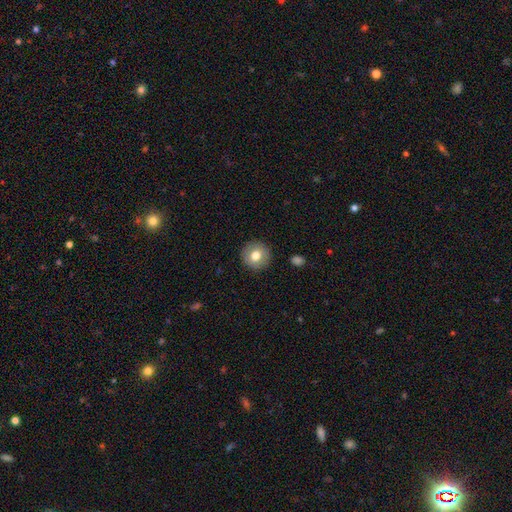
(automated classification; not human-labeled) This is likely a smooth galaxy (76%). How rounded: clearly round (94%). Merging: clearly none (91%).